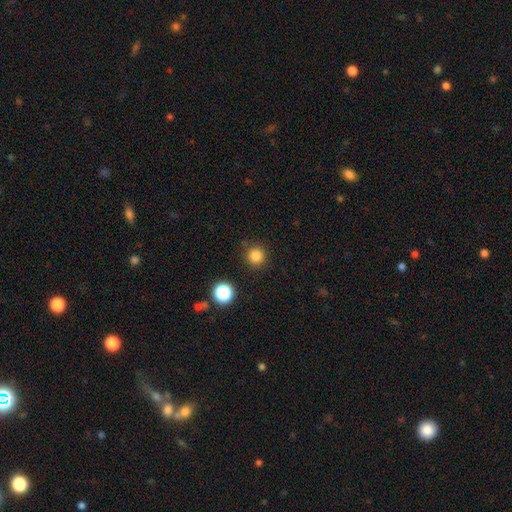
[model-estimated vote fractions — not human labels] smooth_or_featured: smooth (p=0.83) [alt: star or artifact p=0.13]
how_rounded: round (p=0.94) [alt: in between p=0.05]
merging: none (p=0.88) [alt: minor disturbance p=0.08]